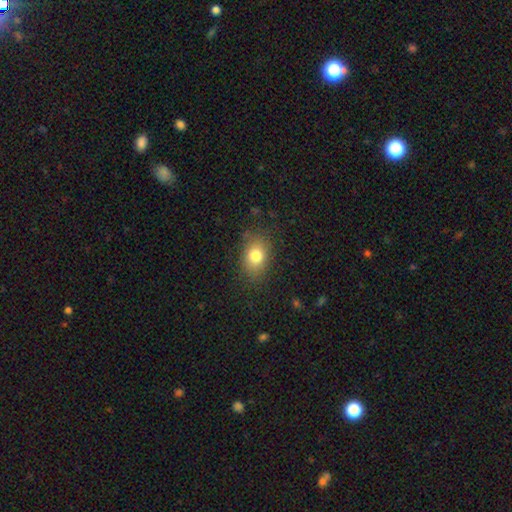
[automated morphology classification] Q: Smooth or featured?
A: smooth (79%); runner-up: star or artifact (10%)
Q: How rounded?
A: in between (70%); runner-up: round (29%)
Q: Merging?
A: none (81%); runner-up: minor disturbance (13%)